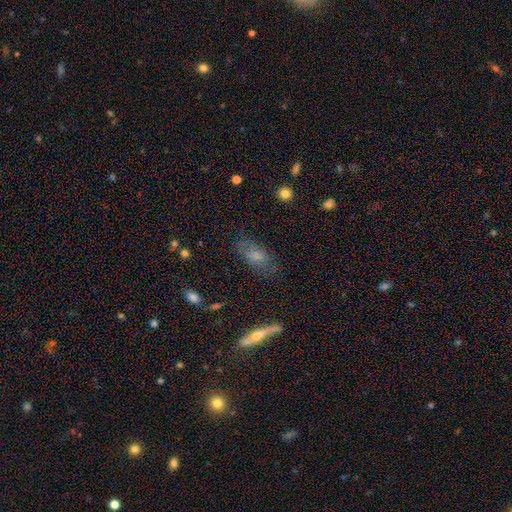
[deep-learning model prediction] smooth_or_featured: smooth (p=0.60) [alt: featured or disk p=0.27]
how_rounded: in between (p=0.81) [alt: cigar-shaped p=0.14]
merging: none (p=0.70) [alt: minor disturbance p=0.19]